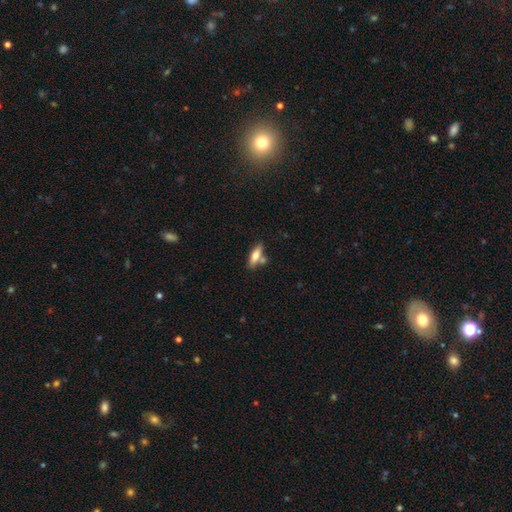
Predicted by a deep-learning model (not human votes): Smooth or featured?
  - smooth: 68% *
  - featured or disk: 25%
  - star or artifact: 7%
How rounded?
  - in between: 55% *
  - cigar-shaped: 42%
  - round: 3%
Merging?
  - none: 64% *
  - merger: 19%
  - minor disturbance: 14%
  - major disturbance: 4%